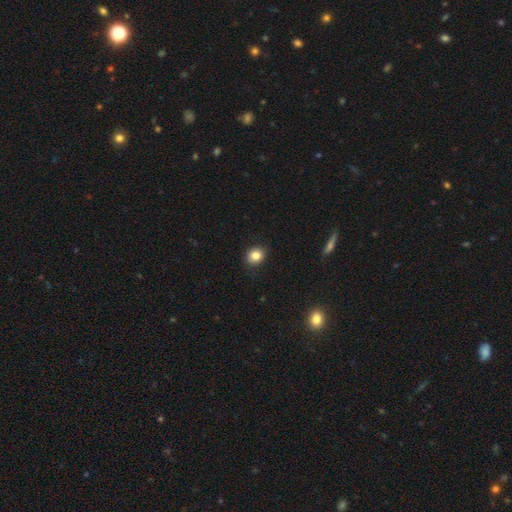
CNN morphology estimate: Smooth or featured?
  - smooth: 83% *
  - star or artifact: 10%
  - featured or disk: 6%
How rounded?
  - round: 60% *
  - in between: 39%
  - cigar-shaped: 1%
Merging?
  - none: 88% *
  - minor disturbance: 9%
  - major disturbance: 2%
  - merger: 1%